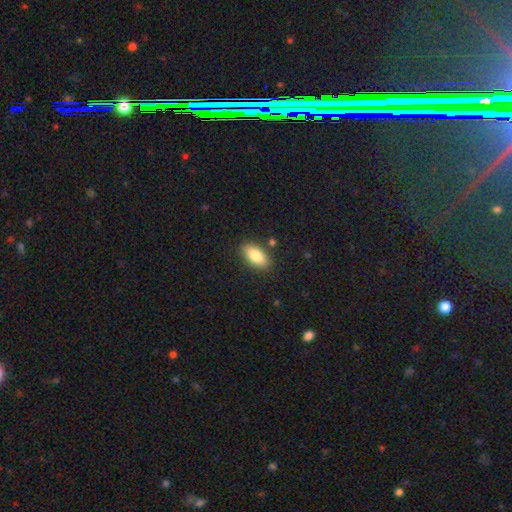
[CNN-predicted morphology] Smooth or featured? smooth (79%)
How rounded? in between (89%)
Merging? none (85%)